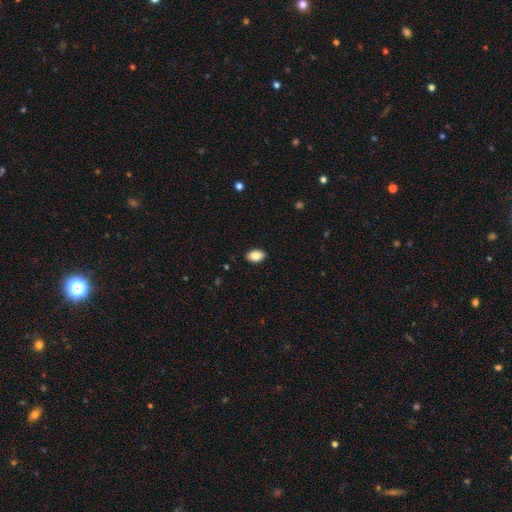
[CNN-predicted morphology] smooth 86%, star or artifact 8%, featured or disk 6%. Down the decision tree: how rounded — in between (86%); merging — none (90%).